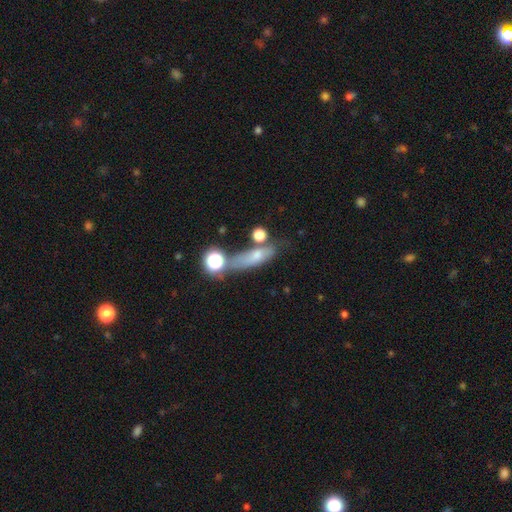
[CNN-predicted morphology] smooth 59%, featured or disk 27%, star or artifact 14%. Down the decision tree: how rounded — cigar-shaped (47%); merging — none (51%).